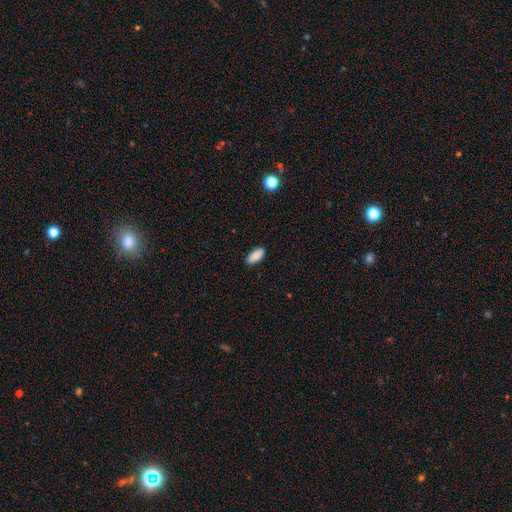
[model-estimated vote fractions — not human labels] Q: Smooth or featured?
A: smooth (89%); runner-up: star or artifact (7%)
Q: How rounded?
A: in between (86%); runner-up: cigar-shaped (12%)
Q: Merging?
A: none (87%); runner-up: minor disturbance (10%)